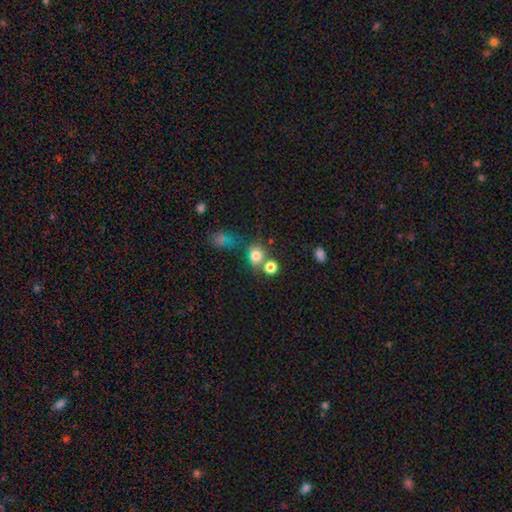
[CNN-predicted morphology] Overall: smooth (75%). How rounded: round (78%). Merging: none (55%; merger 28%).